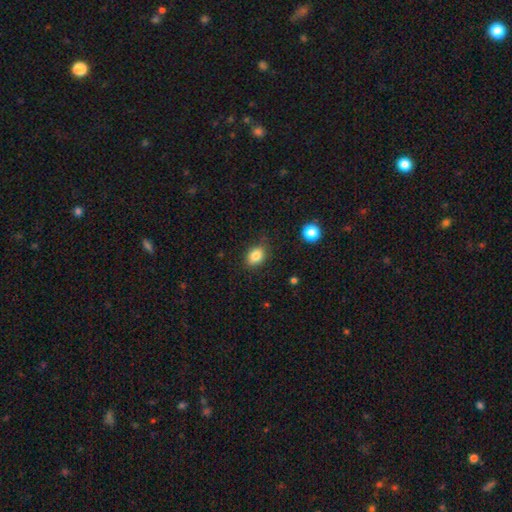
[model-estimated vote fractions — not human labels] This is clearly a smooth galaxy (85%). How rounded: likely in between (72%). Merging: clearly none (81%).